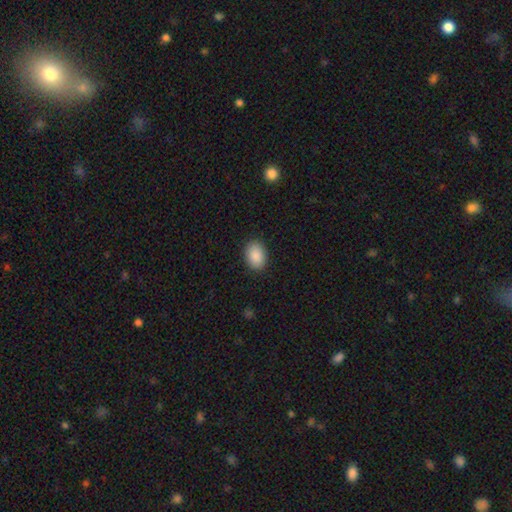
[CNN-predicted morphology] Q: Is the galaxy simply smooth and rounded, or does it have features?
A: smooth — 90%.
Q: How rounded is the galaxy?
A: in between — 79%.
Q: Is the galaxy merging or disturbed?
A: none — 89%.